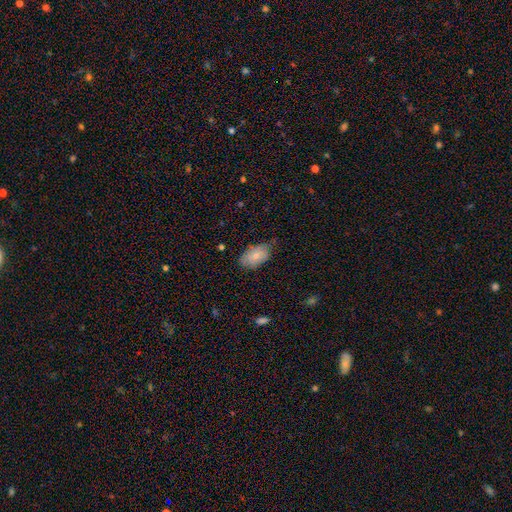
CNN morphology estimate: smooth-or-featured: smooth: 79% | featured or disk: 14% | star or artifact: 7%
  how-rounded: in between: 92% | round: 6% | cigar-shaped: 2%
  merging: none: 65% | minor disturbance: 28% | major disturbance: 5% | merger: 1%